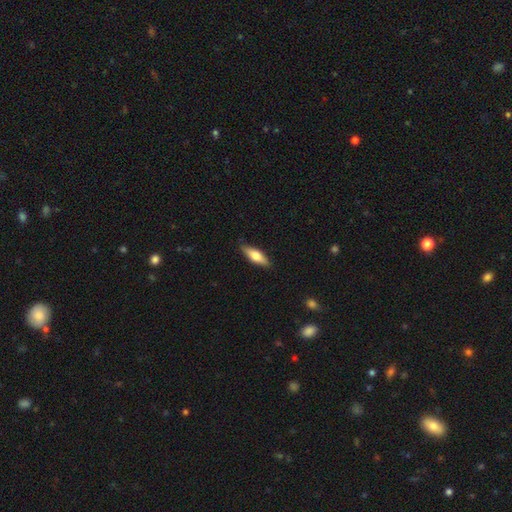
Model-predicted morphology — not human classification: smooth-or-featured: smooth: 63% | featured or disk: 31% | star or artifact: 6%
  how-rounded: in between: 51% | cigar-shaped: 46% | round: 2%
  merging: none: 87% | minor disturbance: 10% | major disturbance: 2% | merger: 1%